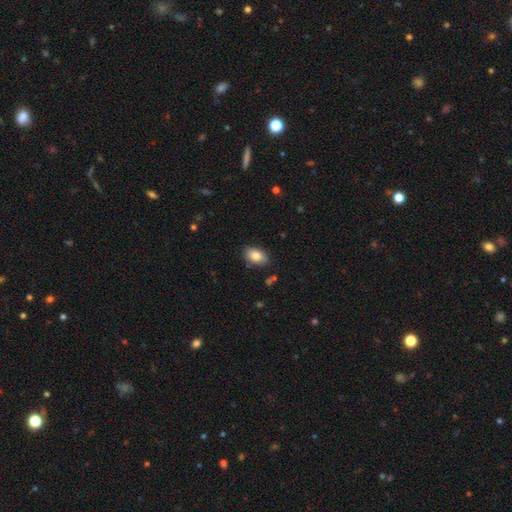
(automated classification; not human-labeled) Smooth or featured?
  - smooth: 84% *
  - featured or disk: 9%
  - star or artifact: 8%
How rounded?
  - in between: 88% *
  - round: 11%
  - cigar-shaped: 1%
Merging?
  - none: 85% *
  - minor disturbance: 11%
  - major disturbance: 2%
  - merger: 2%